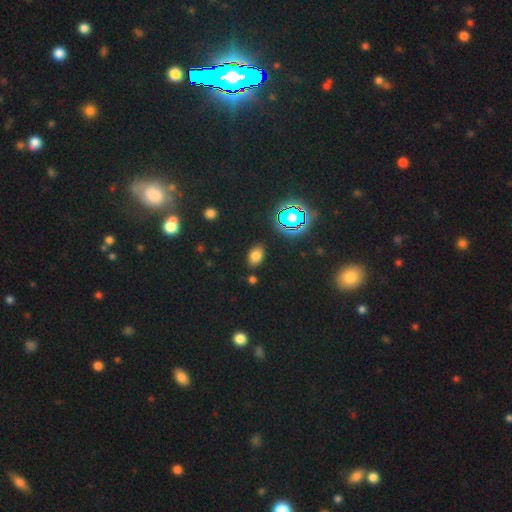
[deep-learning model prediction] A smooth galaxy with no disk features (71%) that is in between round and cigar-shaped (86%). Merging: none (86%).